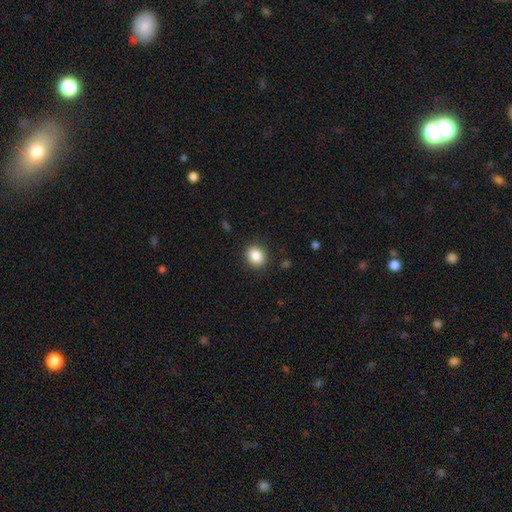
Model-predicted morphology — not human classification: smooth-or-featured: smooth: 86% | star or artifact: 9% | featured or disk: 5%
  how-rounded: round: 64% | in between: 35% | cigar-shaped: 1%
  merging: none: 89% | minor disturbance: 8% | major disturbance: 2% | merger: 1%